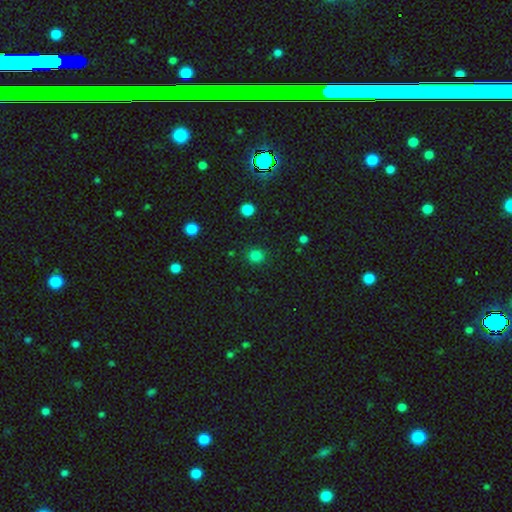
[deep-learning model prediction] Smooth or featured?
  - smooth: 82% *
  - star or artifact: 15%
  - featured or disk: 4%
How rounded?
  - round: 85% *
  - in between: 14%
  - cigar-shaped: 1%
Merging?
  - none: 88% *
  - minor disturbance: 8%
  - major disturbance: 3%
  - merger: 2%